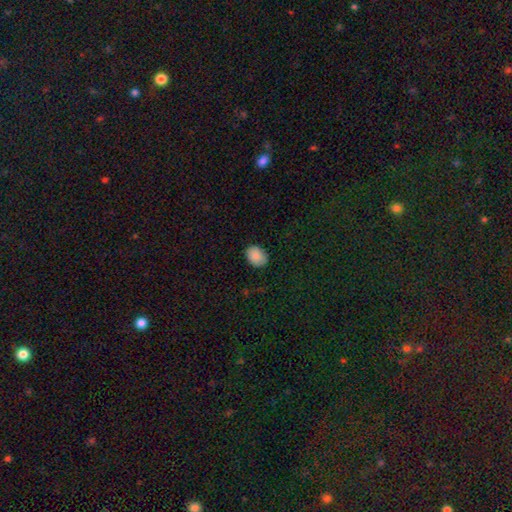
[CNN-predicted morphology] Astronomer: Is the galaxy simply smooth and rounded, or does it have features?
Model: smooth — 89%.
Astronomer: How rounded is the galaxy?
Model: in between — 66%.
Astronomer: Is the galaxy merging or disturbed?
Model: none — 86%.